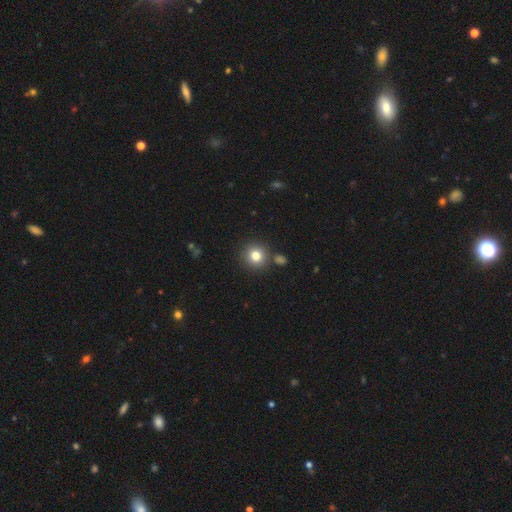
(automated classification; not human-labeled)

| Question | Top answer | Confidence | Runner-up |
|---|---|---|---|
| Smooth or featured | smooth | 80% | star or artifact (12%) |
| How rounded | round | 92% | in between (7%) |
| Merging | none | 84% | minor disturbance (7%) |